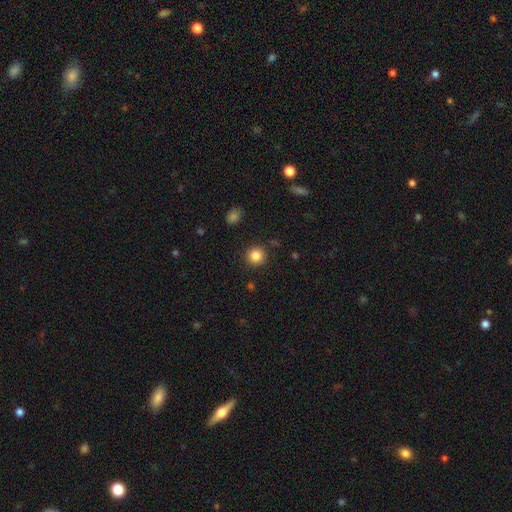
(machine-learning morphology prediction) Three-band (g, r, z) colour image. It shows a smooth galaxy with no disk features (85%) that is round (93%). Merging: none (90%).